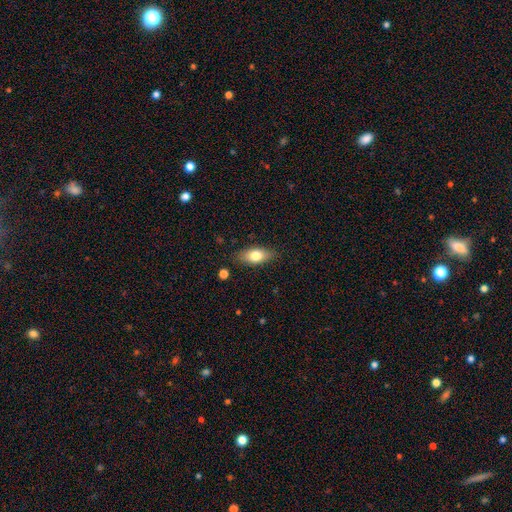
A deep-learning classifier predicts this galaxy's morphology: A smooth galaxy with no disk features (75%) that is in between round and cigar-shaped (84%).

Vote fractions:
- Smooth or featured? smooth: 75% / featured or disk: 18% / star or artifact: 7%
- How rounded? in between: 84% / cigar-shaped: 11% / round: 5%
- Merging? none: 84% / minor disturbance: 12% / major disturbance: 3% / merger: 1%